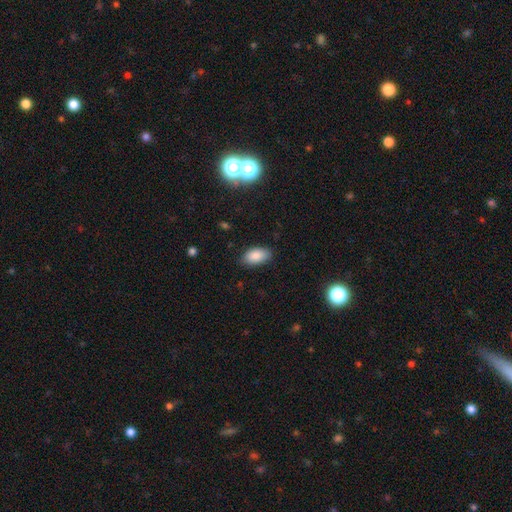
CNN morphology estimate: Q: Smooth or featured?
A: smooth (87%); runner-up: star or artifact (8%)
Q: How rounded?
A: in between (94%); runner-up: round (4%)
Q: Merging?
A: none (82%); runner-up: minor disturbance (14%)